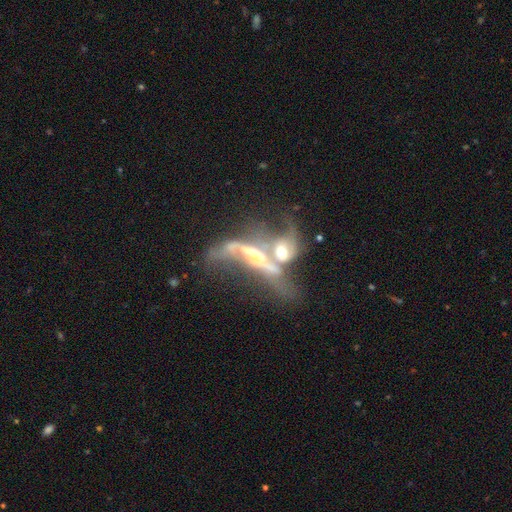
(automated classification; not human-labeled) featured or disk 79%, smooth 12%, star or artifact 8%. Down the decision tree: edge-on disk — no (70%); bar — no (44%); spiral arms — yes (72%); bulge size — moderate (50%); merging — merger (73%).